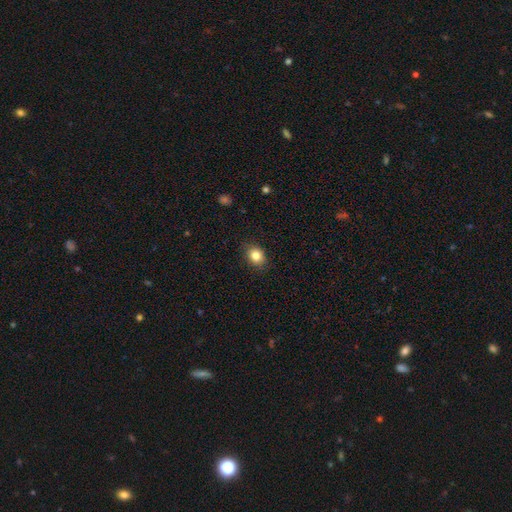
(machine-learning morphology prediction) Smooth or featured? Predicted: smooth (p=0.83). How rounded? Predicted: round (p=0.50). Merging? Predicted: none (p=0.87).